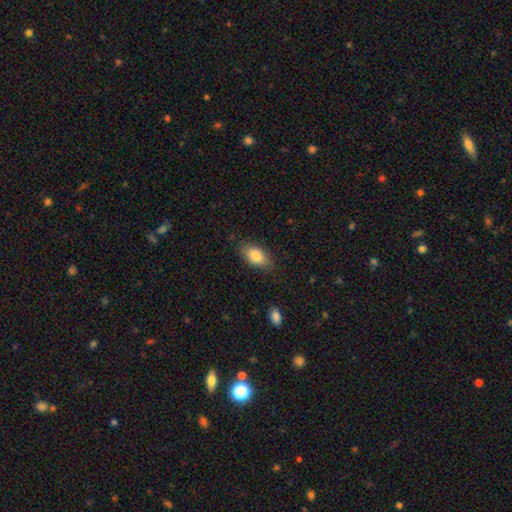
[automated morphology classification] smooth_or_featured: smooth (p=0.81) [alt: featured or disk p=0.11]
how_rounded: in between (p=0.89) [alt: round p=0.06]
merging: none (p=0.83) [alt: minor disturbance p=0.13]